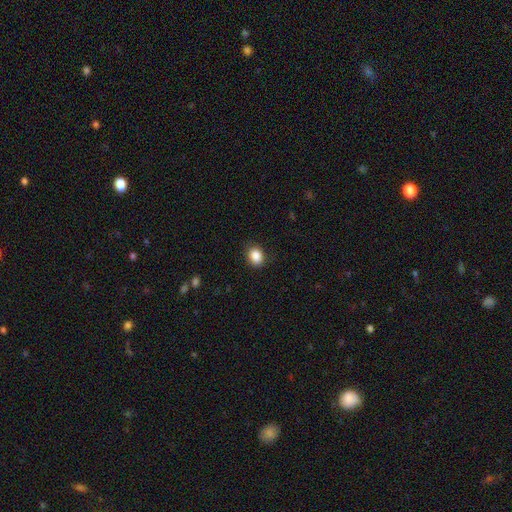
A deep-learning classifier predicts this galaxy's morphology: smooth 87%, star or artifact 9%, featured or disk 4%. Down the decision tree: how rounded — in between (52%); merging — none (85%).